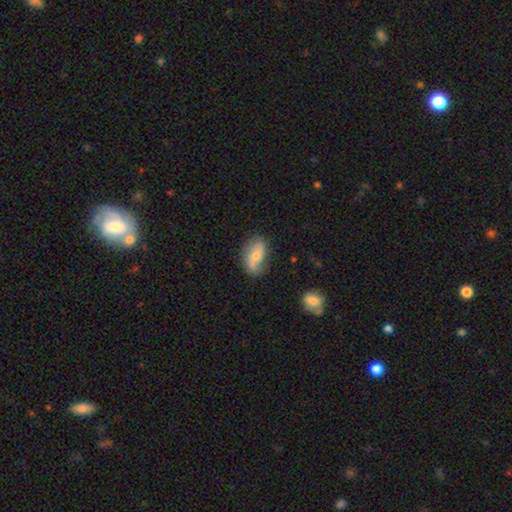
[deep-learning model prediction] This appears to be a featured or disk galaxy (58%) with no bar (54%), spiral arms (86%) and a moderate central bulge (48%). Merging: none (67%).